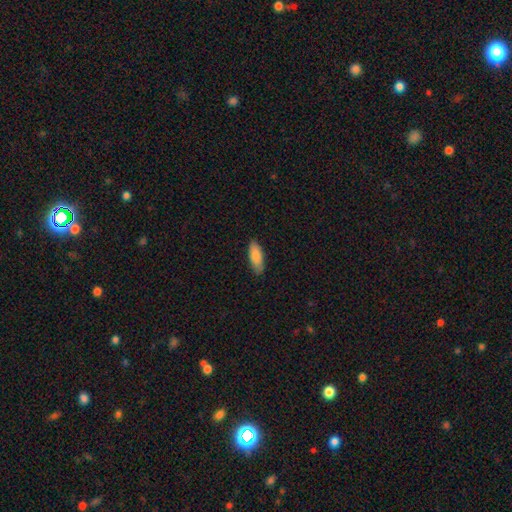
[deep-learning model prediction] Q: Smooth or featured?
A: smooth (83%); runner-up: featured or disk (11%)
Q: How rounded?
A: in between (71%); runner-up: cigar-shaped (27%)
Q: Merging?
A: none (86%); runner-up: minor disturbance (11%)